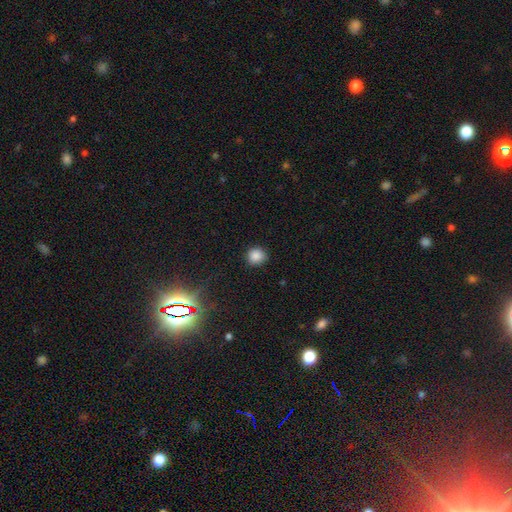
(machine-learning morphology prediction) smooth-or-featured: smooth: 85% | star or artifact: 12% | featured or disk: 4%
  how-rounded: round: 88% | in between: 11% | cigar-shaped: 1%
  merging: none: 87% | minor disturbance: 9% | major disturbance: 2% | merger: 1%